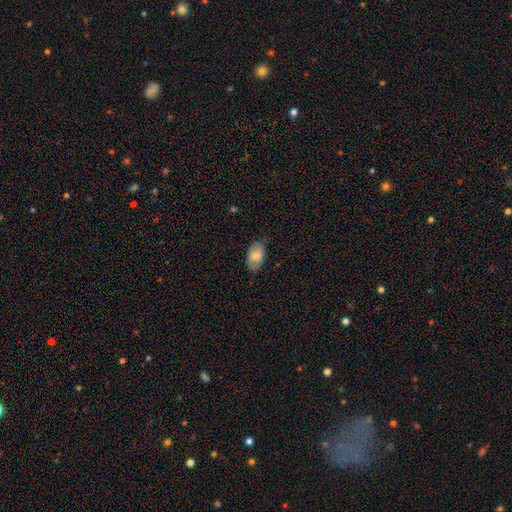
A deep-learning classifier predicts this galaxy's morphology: This appears to be a smooth galaxy with no disk features (74%) that is in between round and cigar-shaped (93%). Merging: none (82%).